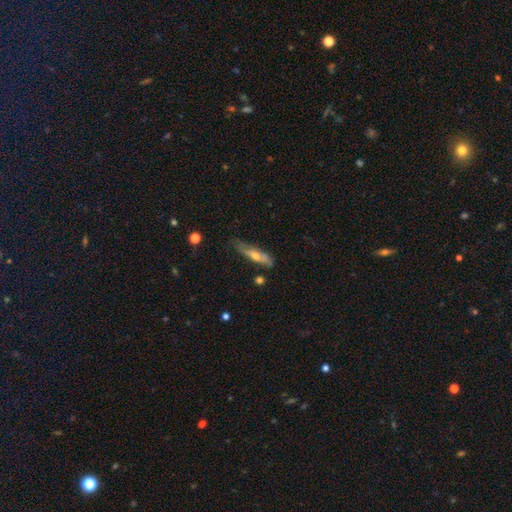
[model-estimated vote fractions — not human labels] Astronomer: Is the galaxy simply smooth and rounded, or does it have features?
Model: smooth — 47%, tied with featured or disk at 47%.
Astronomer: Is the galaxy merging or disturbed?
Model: none — 66%.